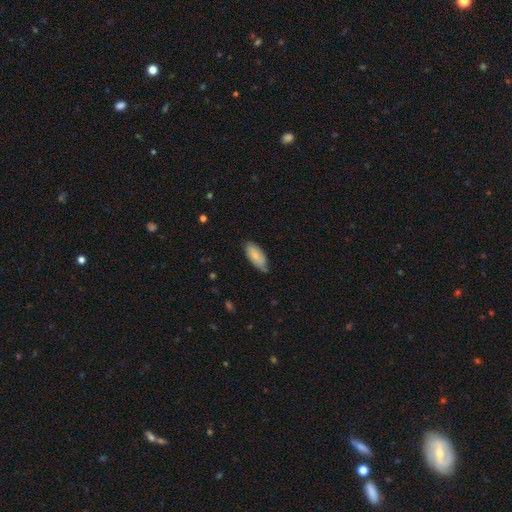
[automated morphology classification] smooth_or_featured: smooth (p=0.77) [alt: featured or disk p=0.18]
how_rounded: in between (p=0.87) [alt: cigar-shaped p=0.11]
merging: none (p=0.61) [alt: minor disturbance p=0.32]